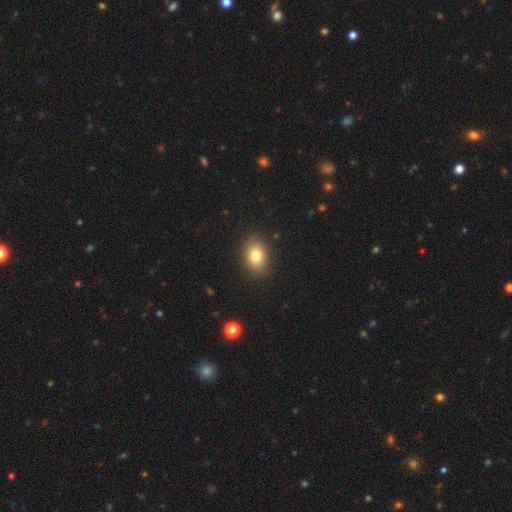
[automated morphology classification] Smooth or featured? smooth (81%)
How rounded? in between (66%)
Merging? none (88%)